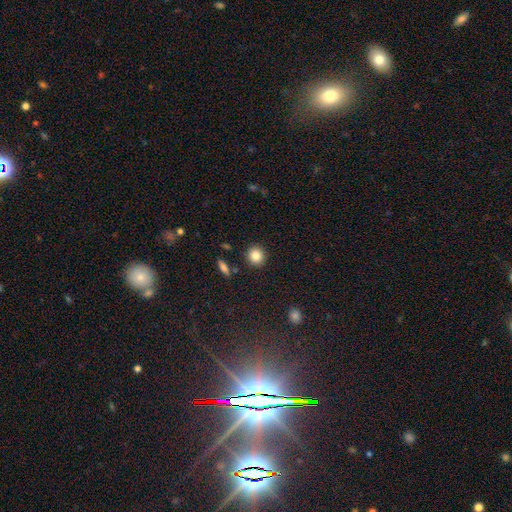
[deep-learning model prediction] This appears to be a smooth galaxy with no disk features (84%) that is round (90%). Merging: none (89%).